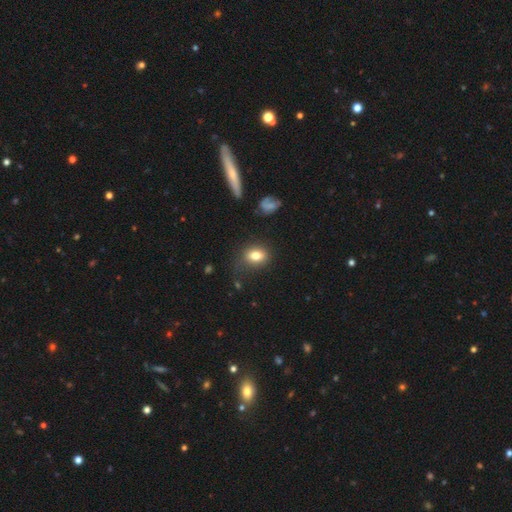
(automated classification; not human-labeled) smooth 79%, star or artifact 10%, featured or disk 10%. Down the decision tree: how rounded — in between (60%); merging — none (71%).